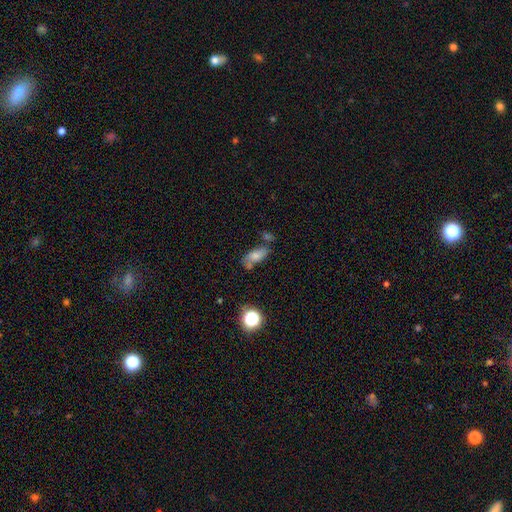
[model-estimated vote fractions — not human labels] This is likely a smooth galaxy (71%). How rounded: clearly in between (82%). Merging: possibly none (52%).